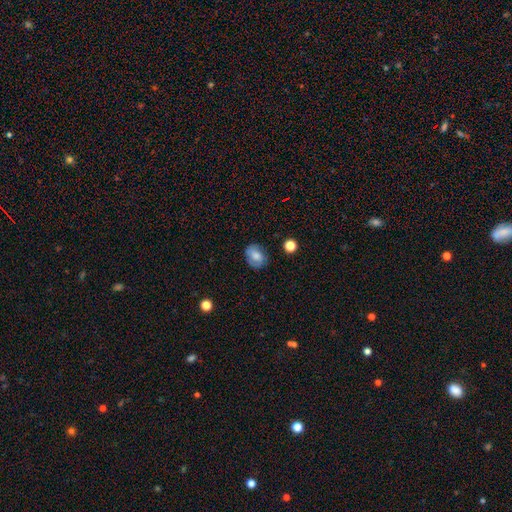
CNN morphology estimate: This is likely a smooth galaxy (66%). How rounded: possibly in between (58%). Merging: likely none (74%).